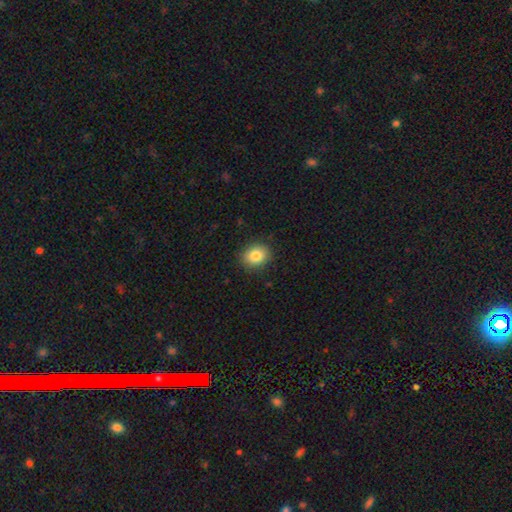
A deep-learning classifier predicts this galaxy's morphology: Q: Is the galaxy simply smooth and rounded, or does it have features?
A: smooth — 84%.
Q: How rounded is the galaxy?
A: round — 64%.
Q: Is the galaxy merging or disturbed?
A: none — 89%.